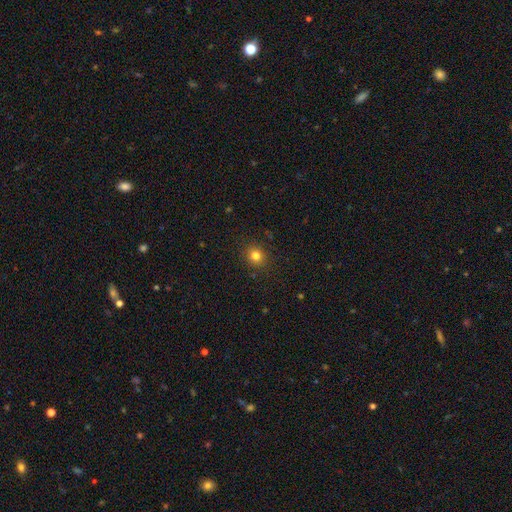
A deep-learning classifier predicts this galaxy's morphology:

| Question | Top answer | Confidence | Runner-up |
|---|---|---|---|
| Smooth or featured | smooth | 80% | star or artifact (14%) |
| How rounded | round | 86% | in between (13%) |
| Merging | none | 90% | minor disturbance (7%) |